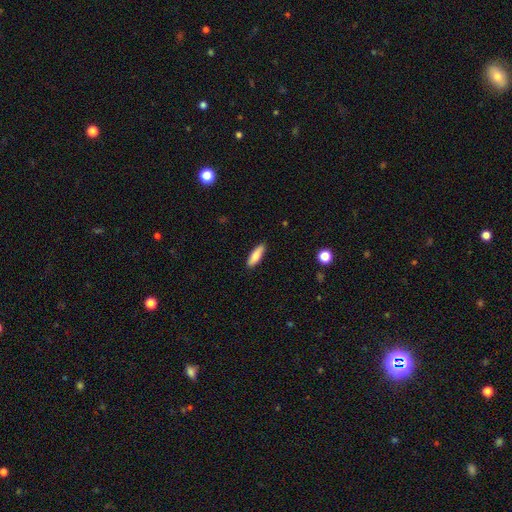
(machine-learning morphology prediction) Smooth or featured? Predicted: smooth (p=0.83). How rounded? Predicted: cigar-shaped (p=0.50). Merging? Predicted: none (p=0.88).